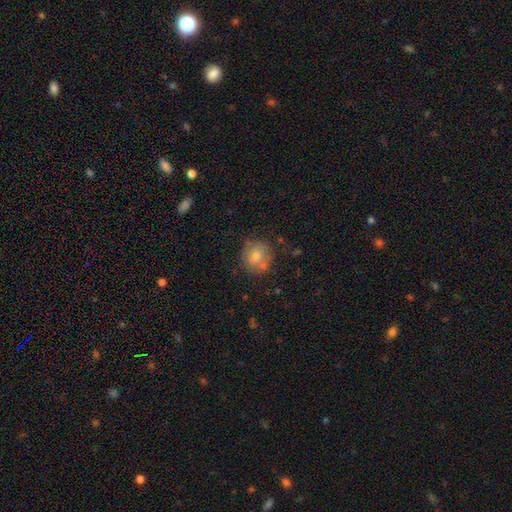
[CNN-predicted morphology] smooth-or-featured: smooth: 67% | featured or disk: 21% | star or artifact: 12%
  how-rounded: round: 82% | in between: 17% | cigar-shaped: 1%
  merging: none: 67% | minor disturbance: 17% | merger: 11% | major disturbance: 5%